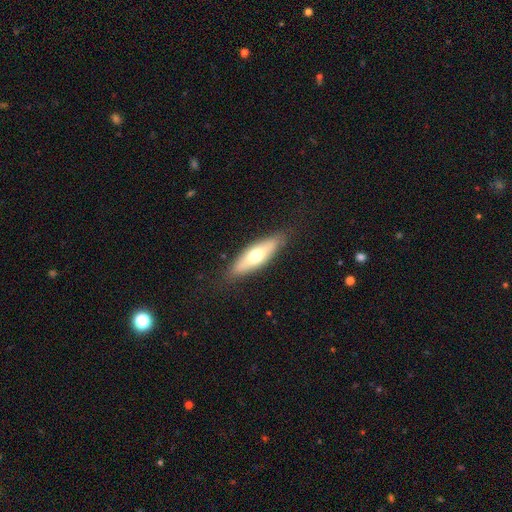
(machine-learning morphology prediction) smooth-or-featured: smooth: 59% | featured or disk: 35% | star or artifact: 6%
  how-rounded: in between: 50% | cigar-shaped: 48% | round: 2%
  merging: none: 83% | minor disturbance: 13% | major disturbance: 3% | merger: 1%